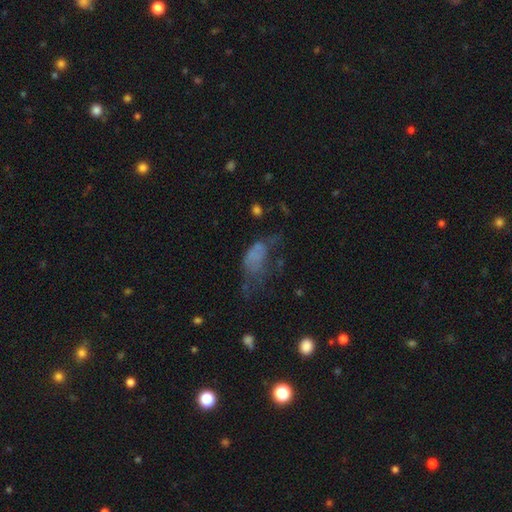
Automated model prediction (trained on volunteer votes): Smooth or featured? smooth (51%)
How rounded? in between (86%)
Merging? major disturbance (51%)